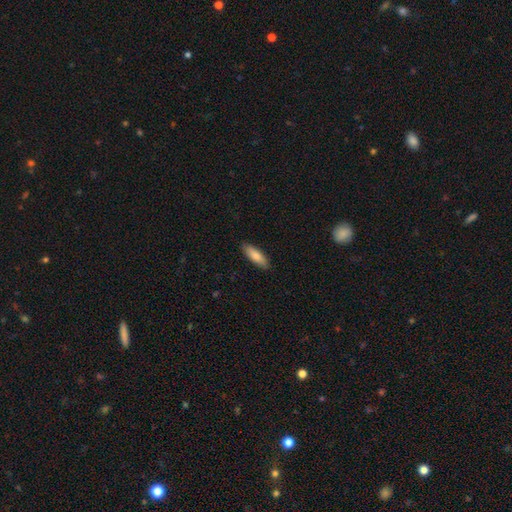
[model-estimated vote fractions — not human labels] Smooth or featured? Predicted: smooth (p=0.82). How rounded? Predicted: in between (p=0.52). Merging? Predicted: none (p=0.89).